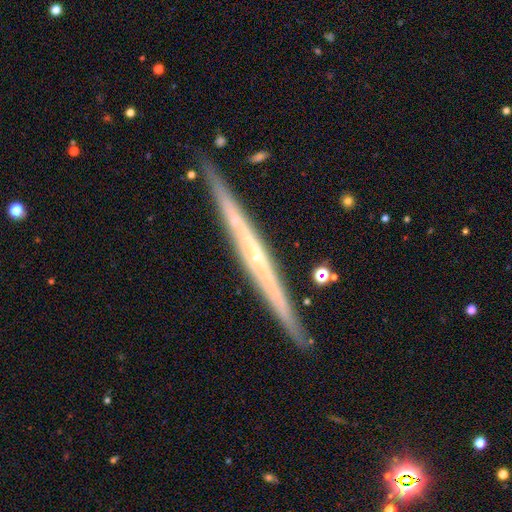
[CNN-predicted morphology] Smooth or featured: featured or disk — 77% (smooth — 17%)
Edge-on disk: yes — 97% (no — 3%)
Edge-on bulge: none — 63% (rounded — 32%)
Merging: none — 89% (minor disturbance — 8%)